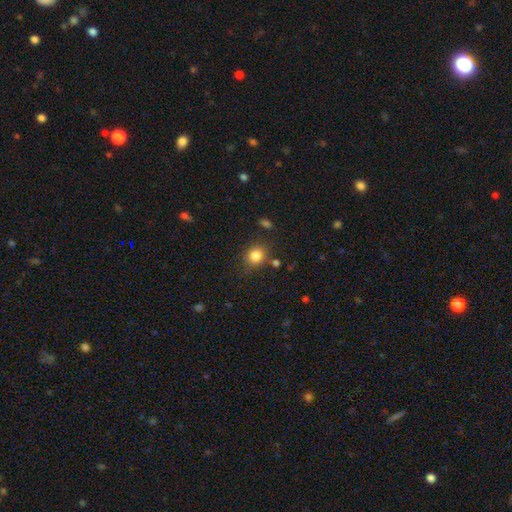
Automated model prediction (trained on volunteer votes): smooth_or_featured: smooth (p=0.83) [alt: star or artifact p=0.11]
how_rounded: round (p=0.77) [alt: in between p=0.22]
merging: none (p=0.80) [alt: minor disturbance p=0.12]